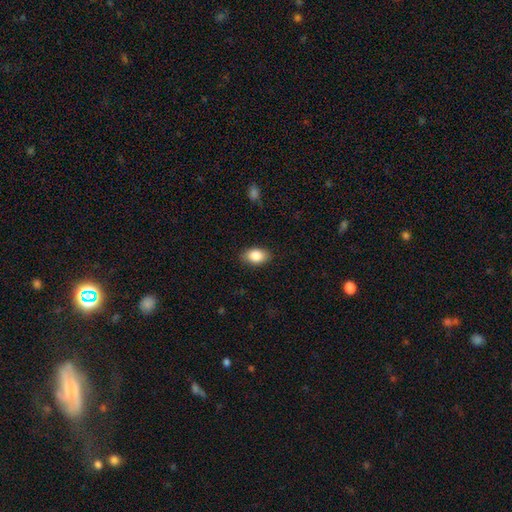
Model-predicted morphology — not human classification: smooth_or_featured: smooth (p=0.86) [alt: star or artifact p=0.07]
how_rounded: in between (p=0.87) [alt: round p=0.11]
merging: none (p=0.86) [alt: minor disturbance p=0.10]